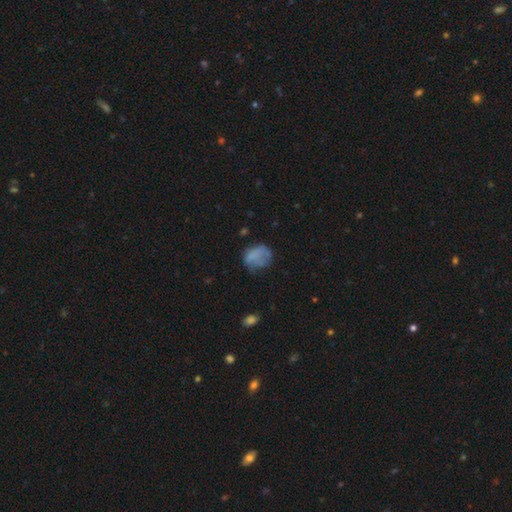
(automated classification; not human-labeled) smooth 68%, featured or disk 20%, star or artifact 12%. Down the decision tree: how rounded — in between (50%); merging — none (42%).